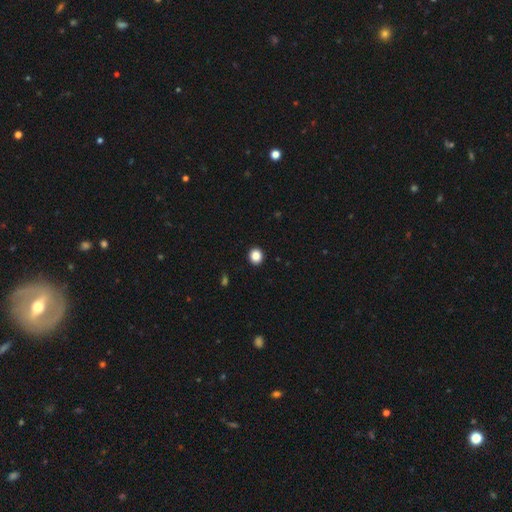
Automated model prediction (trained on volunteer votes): Smooth or featured? Predicted: smooth (p=0.87). How rounded? Predicted: round (p=0.79). Merging? Predicted: none (p=0.93).